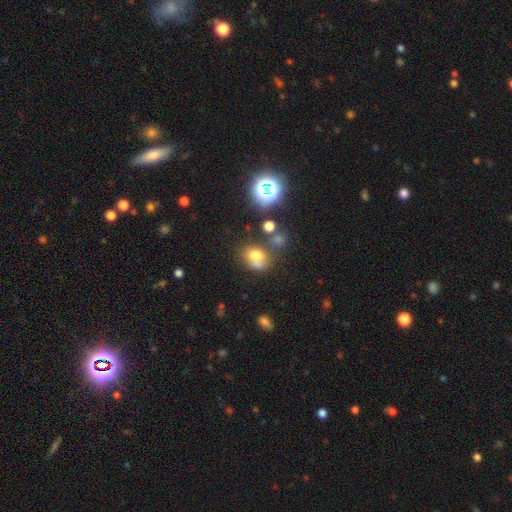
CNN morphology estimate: Q: Smooth or featured?
A: smooth (69%); runner-up: star or artifact (17%)
Q: How rounded?
A: round (58%); runner-up: in between (41%)
Q: Merging?
A: none (48%); runner-up: merger (23%)